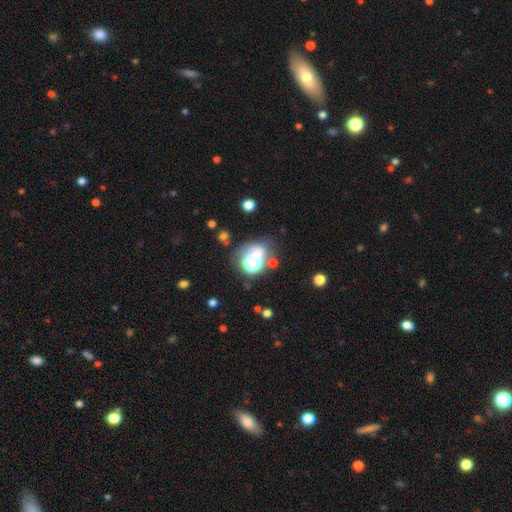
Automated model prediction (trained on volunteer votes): Q: Smooth or featured?
A: smooth (45%); runner-up: star or artifact (33%)
Q: Merging?
A: none (46%); runner-up: merger (20%)